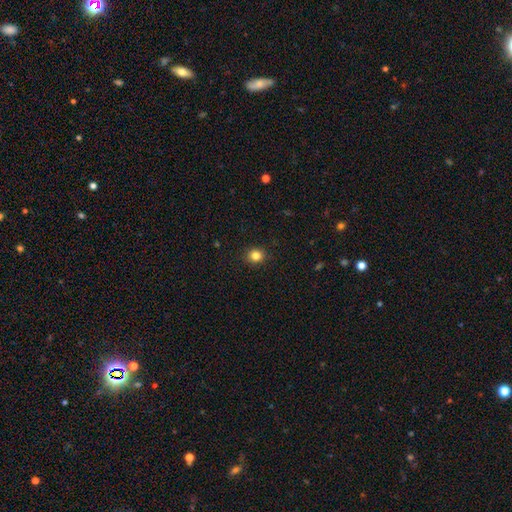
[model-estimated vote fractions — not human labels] smooth_or_featured: smooth (p=0.83) [alt: star or artifact p=0.12]
how_rounded: round (p=0.84) [alt: in between p=0.16]
merging: none (p=0.91) [alt: minor disturbance p=0.06]